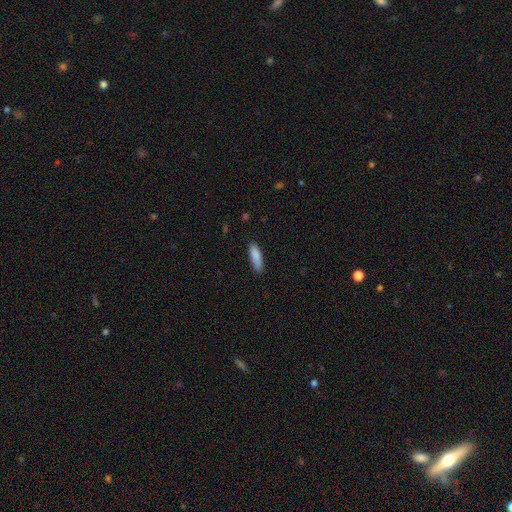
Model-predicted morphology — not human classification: Q: Smooth or featured?
A: smooth (87%); runner-up: featured or disk (7%)
Q: How rounded?
A: cigar-shaped (60%); runner-up: in between (38%)
Q: Merging?
A: none (84%); runner-up: minor disturbance (13%)